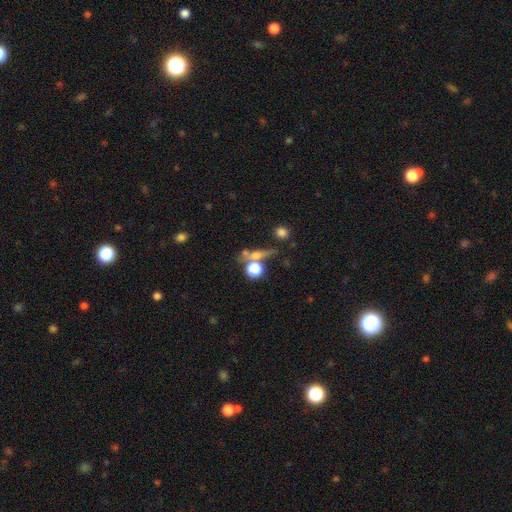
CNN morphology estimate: smooth_or_featured: smooth (p=0.50) [alt: featured or disk p=0.30]
how_rounded: round (p=0.50) [alt: cigar-shaped p=0.28]
merging: none (p=0.57) [alt: merger p=0.22]